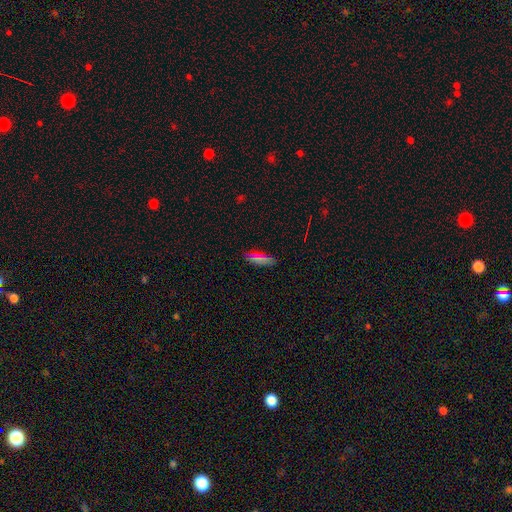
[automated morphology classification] Q: Smooth or featured?
A: smooth (76%); runner-up: star or artifact (14%)
Q: How rounded?
A: cigar-shaped (59%); runner-up: in between (39%)
Q: Merging?
A: none (85%); runner-up: minor disturbance (11%)